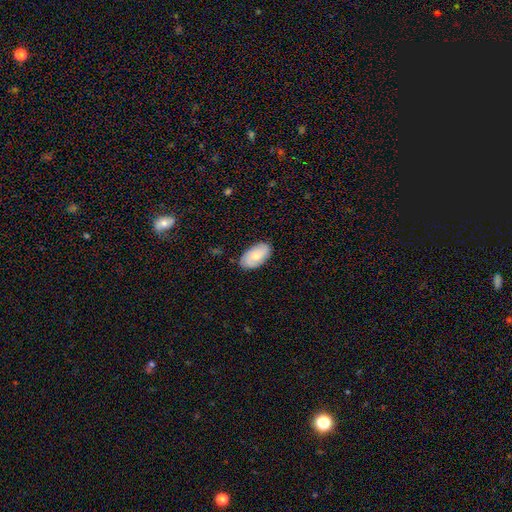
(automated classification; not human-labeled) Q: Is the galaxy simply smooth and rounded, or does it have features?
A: smooth — 64%.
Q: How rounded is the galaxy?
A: in between — 94%.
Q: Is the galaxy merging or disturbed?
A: none — 83%.